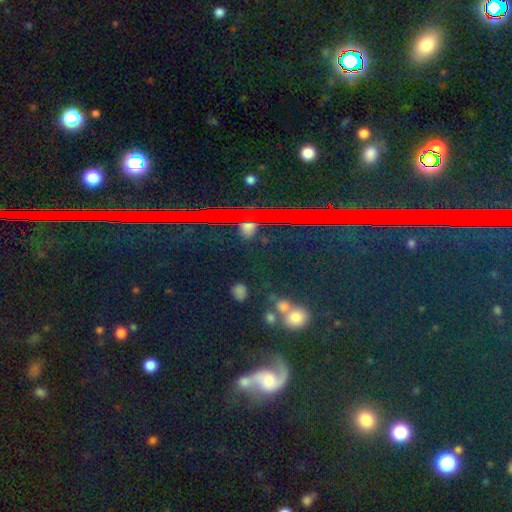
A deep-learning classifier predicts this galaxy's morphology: This is likely a star or artifact rather than a galaxy (76%).